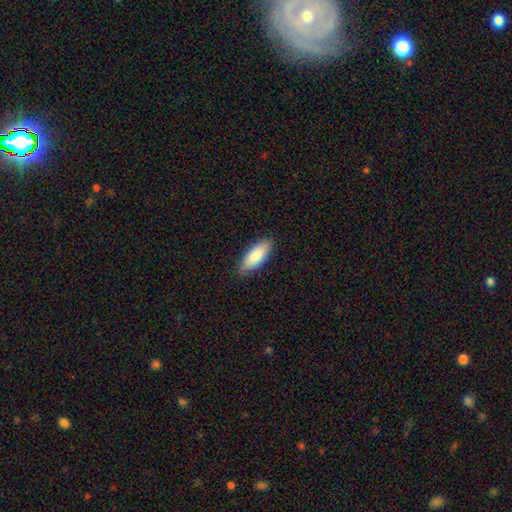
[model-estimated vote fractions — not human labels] smooth 86%, featured or disk 9%, star or artifact 5%. Down the decision tree: how rounded — in between (76%); merging — none (86%).